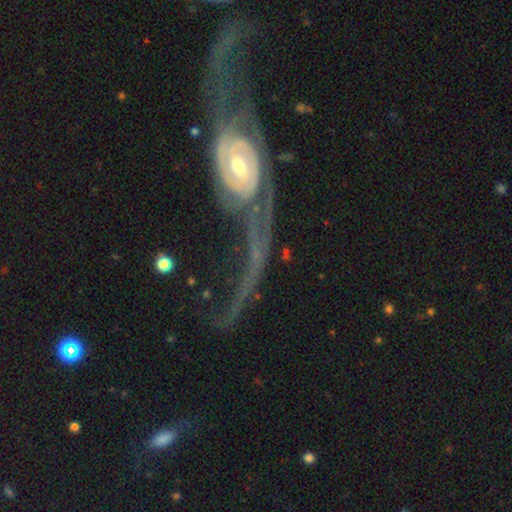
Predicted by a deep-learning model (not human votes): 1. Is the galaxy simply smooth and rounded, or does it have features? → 80% featured or disk, 12% smooth, 8% star or artifact.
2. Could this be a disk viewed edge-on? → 89% no, 11% yes.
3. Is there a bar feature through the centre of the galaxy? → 56% no, 25% weak, 19% strong.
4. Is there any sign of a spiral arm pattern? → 77% yes, 23% no.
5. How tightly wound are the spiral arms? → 57% loose, 25% medium, 18% tight.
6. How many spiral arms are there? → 66% 2, 13% can't tell, 11% 1, 3% 3, 3% 4, 3% more than 4.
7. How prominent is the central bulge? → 51% moderate, 39% small, 5% large, 2% none, 2% dominant.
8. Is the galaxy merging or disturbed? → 45% major disturbance, 31% none, 13% merger, 12% minor disturbance.